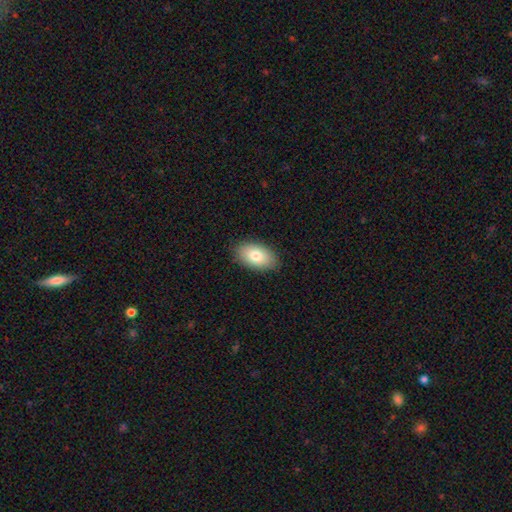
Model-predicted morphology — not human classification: Smooth or featured? Predicted: smooth (p=0.79). How rounded? Predicted: in between (p=0.93). Merging? Predicted: none (p=0.87).